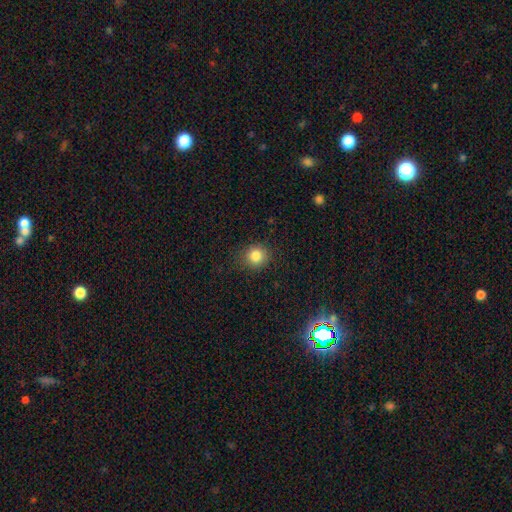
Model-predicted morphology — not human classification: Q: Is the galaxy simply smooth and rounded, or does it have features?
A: smooth — 83%.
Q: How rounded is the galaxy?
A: round — 87%.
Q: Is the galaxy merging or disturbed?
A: none — 87%.